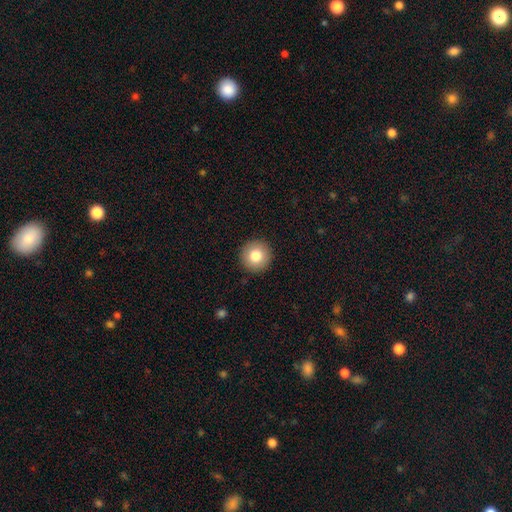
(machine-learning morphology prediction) A smooth galaxy with no disk features (81%) that is round (95%).

Vote fractions:
- Smooth or featured? smooth: 81% / featured or disk: 10% / star or artifact: 9%
- How rounded? round: 95% / in between: 4% / cigar-shaped: 1%
- Merging? none: 93% / minor disturbance: 5% / major disturbance: 2% / merger: 1%